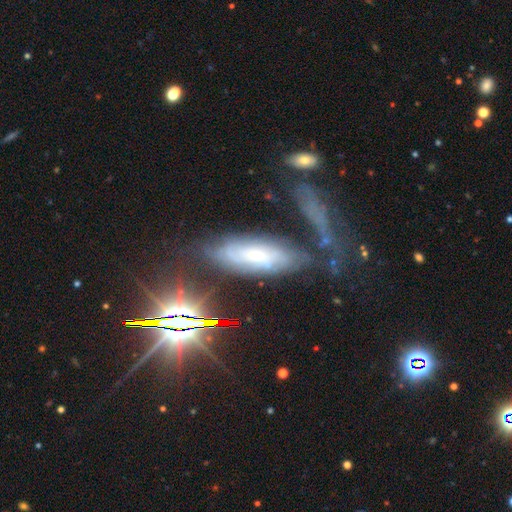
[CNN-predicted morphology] featured or disk 60%, smooth 25%, star or artifact 15%. Down the decision tree: edge-on disk — no (80%); merging — none (60%).